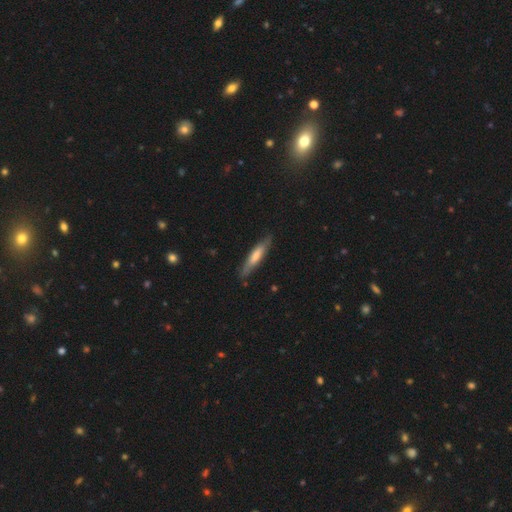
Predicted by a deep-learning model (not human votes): Smooth or featured: smooth — 56% (featured or disk — 38%)
How rounded: cigar-shaped — 86% (in between — 13%)
Merging: none — 84% (minor disturbance — 12%)